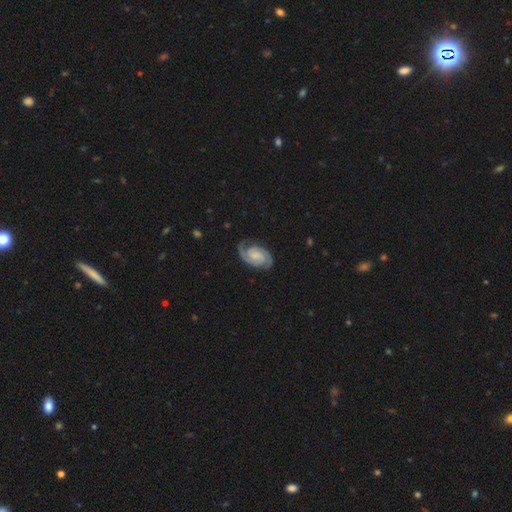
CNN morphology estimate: featured or disk 87%, smooth 9%, star or artifact 5%. Down the decision tree: edge-on disk — no (98%); bar — no (54%); spiral arms — yes (98%); spiral arm count — 2 (91%); spiral winding — tight (51%); bulge size — none (35%); merging — none (80%).